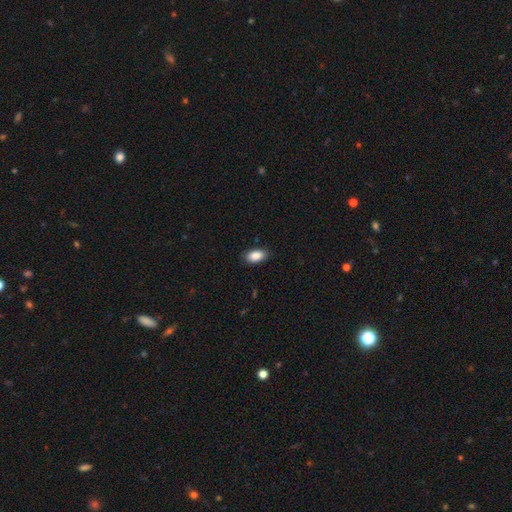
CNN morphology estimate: type=smooth (89%); roundness=in between (93%); merging=none (86%).